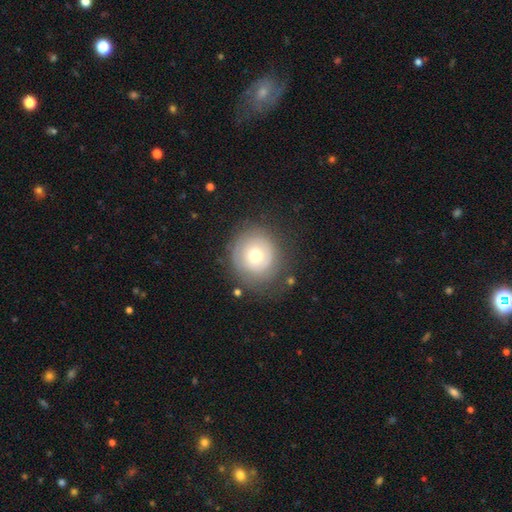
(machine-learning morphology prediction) Smooth or featured? Predicted: smooth (p=0.51). How rounded? Predicted: round (p=0.89). Merging? Predicted: none (p=0.75).